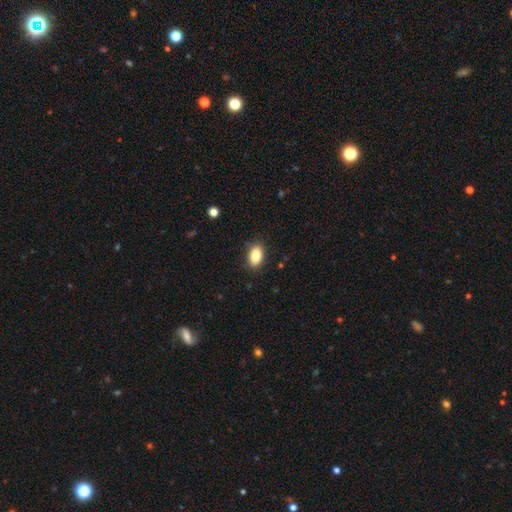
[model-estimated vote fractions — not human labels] The model was most divided on "smooth or featured": smooth: 85%, star or artifact: 8%, featured or disk: 7%. More confident: how rounded — in between (89%); merging — none (87%).